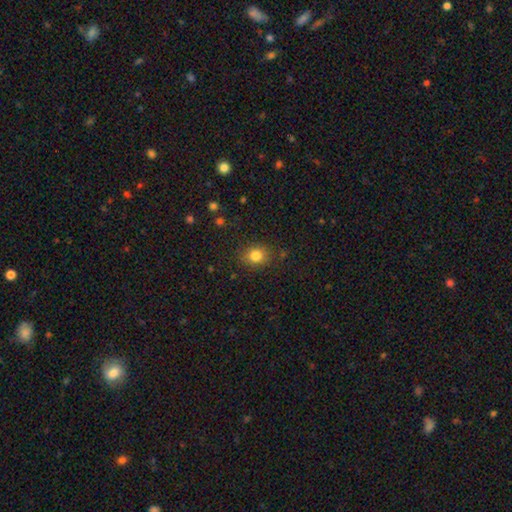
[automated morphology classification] Smooth or featured?
  - smooth: 82% *
  - star or artifact: 12%
  - featured or disk: 6%
How rounded?
  - round: 66% *
  - in between: 34%
  - cigar-shaped: 1%
Merging?
  - none: 85% *
  - minor disturbance: 10%
  - major disturbance: 3%
  - merger: 1%